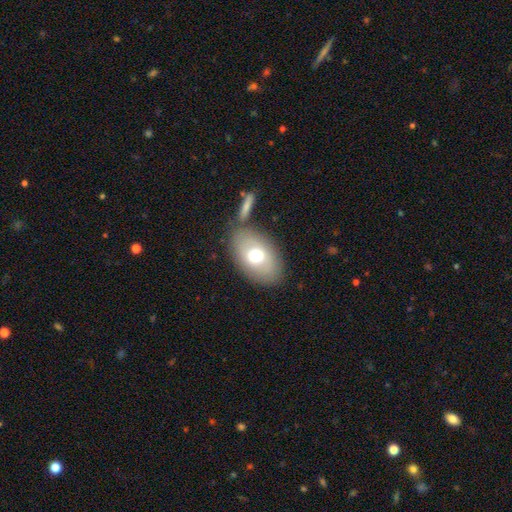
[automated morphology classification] A smooth galaxy with no disk features (67%) that is in between round and cigar-shaped (87%). Merging: none (73%).